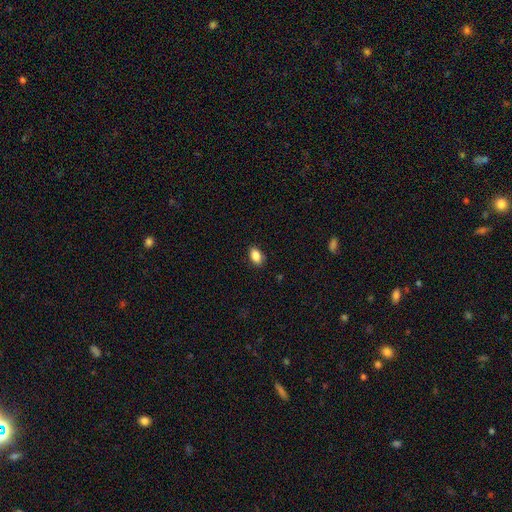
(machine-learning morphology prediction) type=smooth (87%); roundness=in between (88%); merging=none (87%).